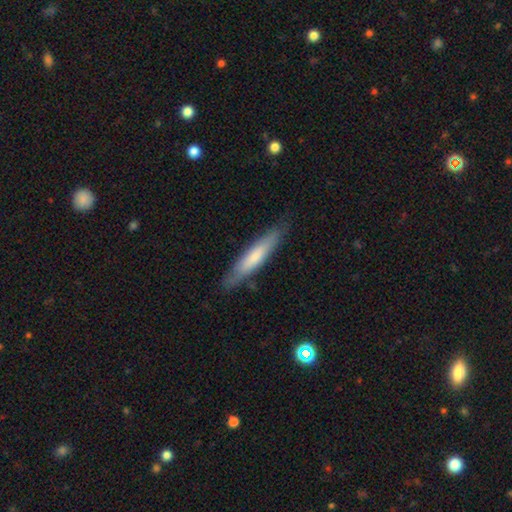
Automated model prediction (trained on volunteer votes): smooth-or-featured: smooth: 62% | featured or disk: 33% | star or artifact: 6%
  how-rounded: cigar-shaped: 87% | in between: 11% | round: 1%
  merging: none: 83% | minor disturbance: 13% | major disturbance: 3% | merger: 1%